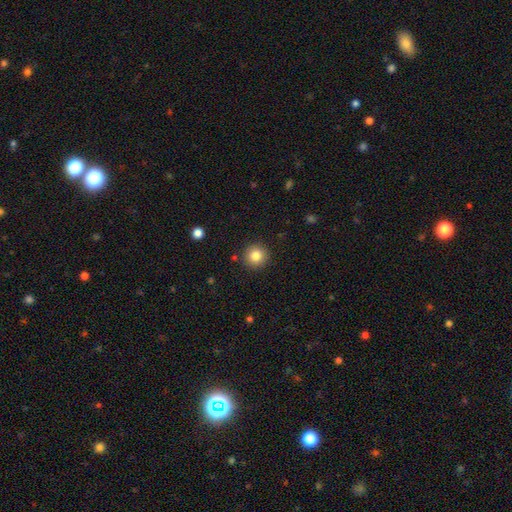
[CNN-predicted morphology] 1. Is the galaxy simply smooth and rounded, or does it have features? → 82% smooth, 11% star or artifact, 7% featured or disk.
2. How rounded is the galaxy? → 95% round, 4% in between, 1% cigar-shaped.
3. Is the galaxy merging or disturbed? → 90% none, 6% minor disturbance, 2% major disturbance, 1% merger.